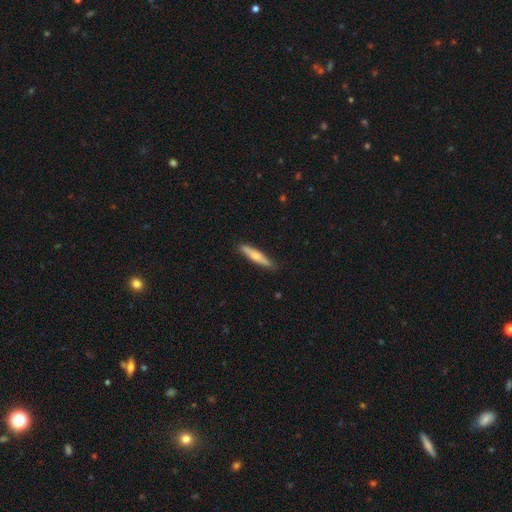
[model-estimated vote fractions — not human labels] This is possibly a smooth galaxy (53%). How rounded: clearly cigar-shaped (87%). Merging: clearly none (88%).